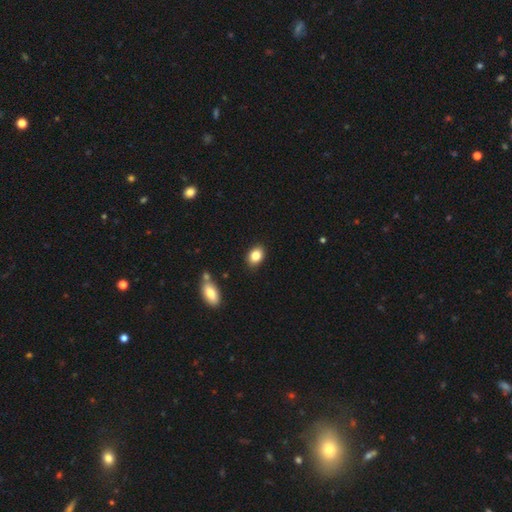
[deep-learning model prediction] The model was most divided on "how rounded": in between: 75%, round: 24%, cigar-shaped: 1%. More confident: merging — none (86%); smooth or featured — smooth (84%).